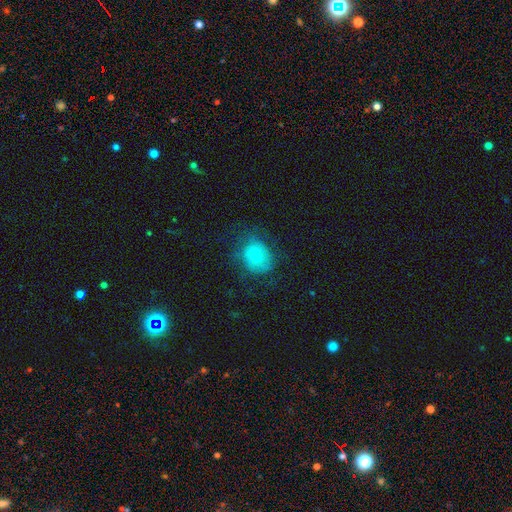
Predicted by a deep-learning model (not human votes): smooth 67%, featured or disk 24%, star or artifact 9%. Down the decision tree: how rounded — round (69%); merging — none (59%).